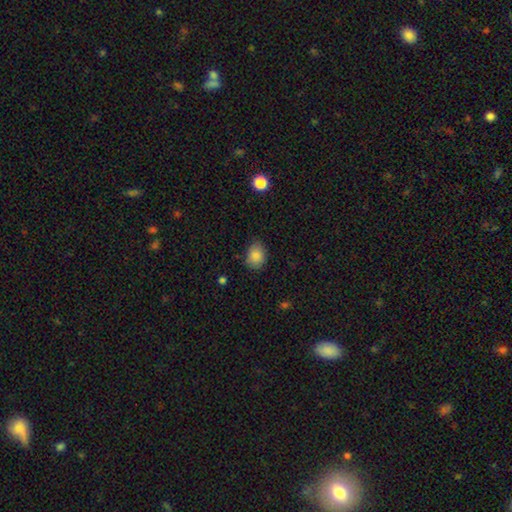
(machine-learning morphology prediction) smooth-or-featured: smooth: 85% | star or artifact: 9% | featured or disk: 6%
  how-rounded: in between: 62% | round: 37% | cigar-shaped: 1%
  merging: none: 77% | minor disturbance: 18% | major disturbance: 3% | merger: 1%